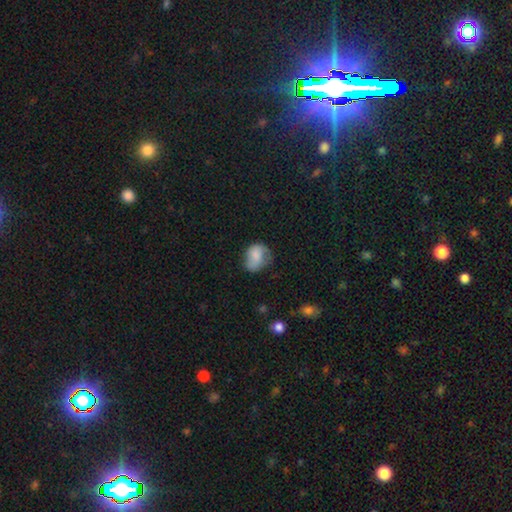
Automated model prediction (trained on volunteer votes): Smooth or featured: smooth — 72% (featured or disk — 20%)
How rounded: in between — 57% (round — 41%)
Merging: none — 42% (minor disturbance — 36%)